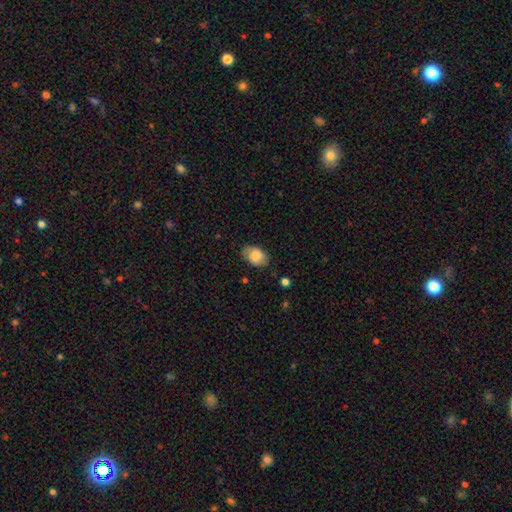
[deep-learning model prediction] A smooth galaxy with no disk features (82%) that is in between round and cigar-shaped (87%).

Vote fractions:
- Smooth or featured? smooth: 82% / featured or disk: 11% / star or artifact: 7%
- How rounded? in between: 87% / round: 12% / cigar-shaped: 1%
- Merging? none: 78% / minor disturbance: 17% / major disturbance: 4% / merger: 1%